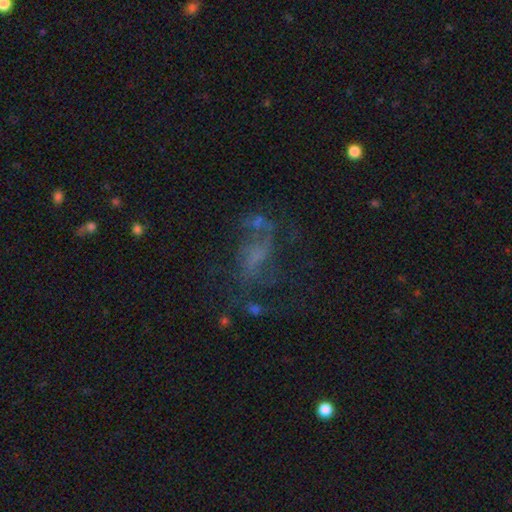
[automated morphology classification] smooth-or-featured: featured or disk: 54% | smooth: 23% | star or artifact: 23%
  disk-edge-on: no: 95% | yes: 5%
    bar: no: 56% | weak: 34% | strong: 11%
    has-spiral-arms: yes: 62% | no: 38%
    bulge-size: none: 51% | small: 26% | moderate: 17% | large: 4% | dominant: 2%
  merging: none: 43% | major disturbance: 32% | minor disturbance: 17% | merger: 8%